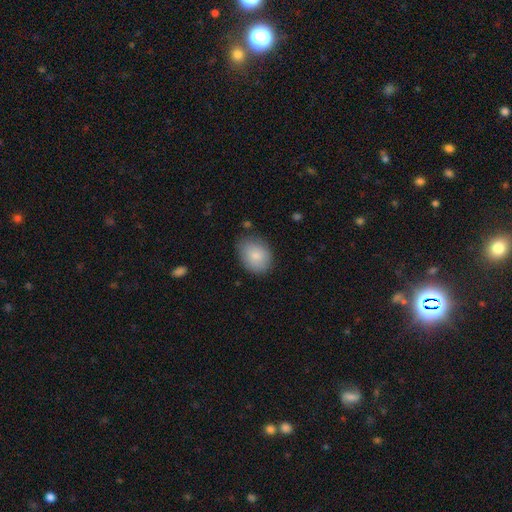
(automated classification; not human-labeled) Overall: smooth (85%). How rounded: in between (64%; round 35%). Merging: none (73%).